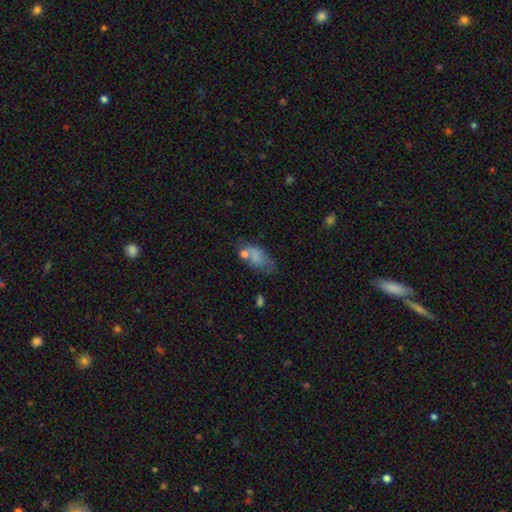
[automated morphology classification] smooth_or_featured: smooth (p=0.68) [alt: featured or disk p=0.21]
how_rounded: in between (p=0.89) [alt: round p=0.06]
merging: none (p=0.38) [alt: minor disturbance p=0.26]